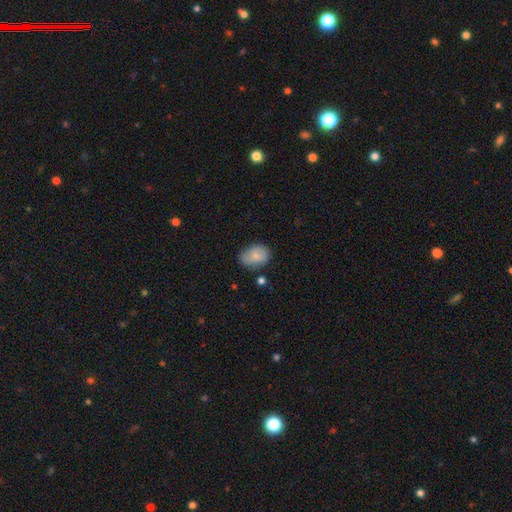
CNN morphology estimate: Smooth or featured?
  - smooth: 82% *
  - featured or disk: 11%
  - star or artifact: 7%
How rounded?
  - in between: 76% *
  - round: 23%
  - cigar-shaped: 1%
Merging?
  - none: 64% *
  - minor disturbance: 26%
  - major disturbance: 6%
  - merger: 4%